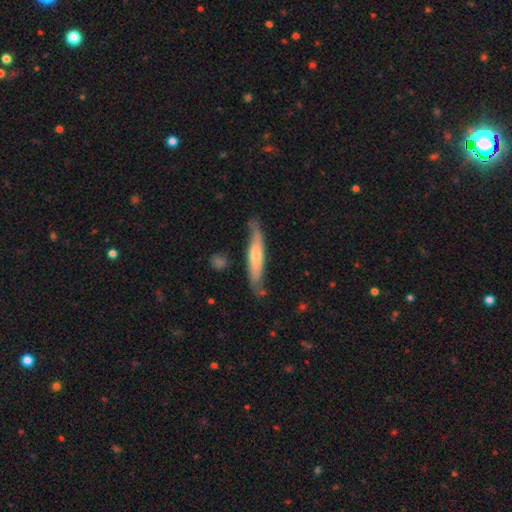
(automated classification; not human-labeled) A featured or disk galaxy (48%).

Vote fractions:
- Smooth or featured? featured or disk: 48% / smooth: 47% / star or artifact: 6%
- Merging? none: 72% / minor disturbance: 20% / major disturbance: 5% / merger: 3%